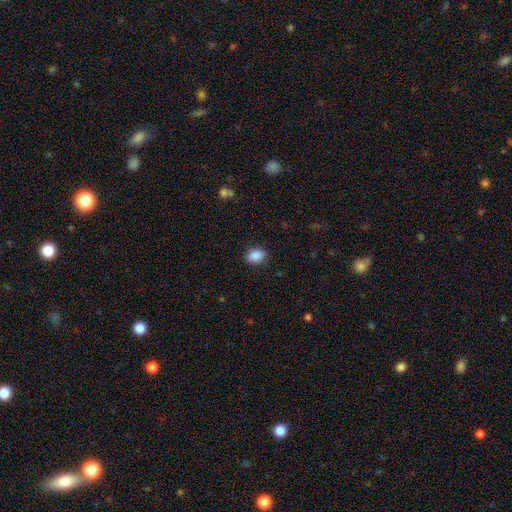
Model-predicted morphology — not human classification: This appears to be a smooth galaxy with no disk features (88%) that is in between round and cigar-shaped (71%). Merging: none (84%).